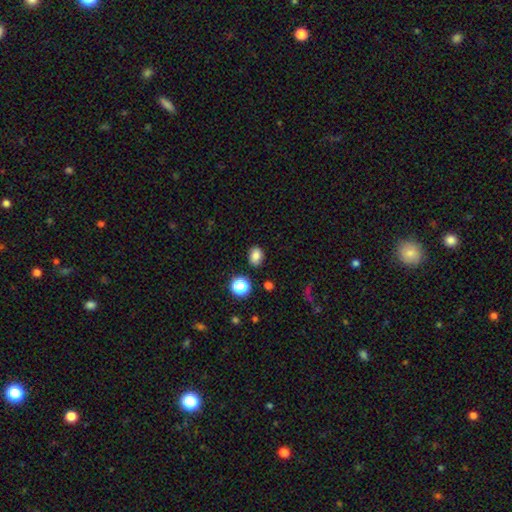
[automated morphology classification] Smooth or featured: smooth — 81% (star or artifact — 13%)
How rounded: in between — 58% (round — 40%)
Merging: none — 85% (minor disturbance — 9%)